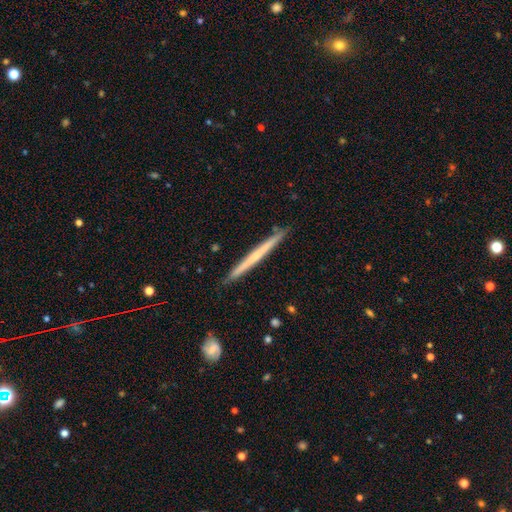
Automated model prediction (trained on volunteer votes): Morphology: type=featured or disk (50%); edge-on=yes (98%); merging=none (91%).